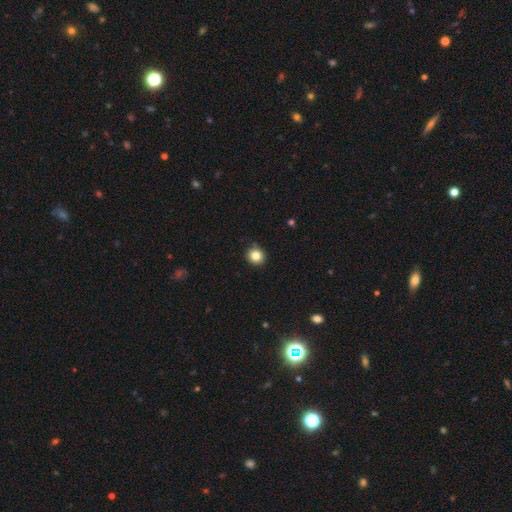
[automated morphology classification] Overall: smooth (83%). How rounded: round (86%). Merging: none (84%).